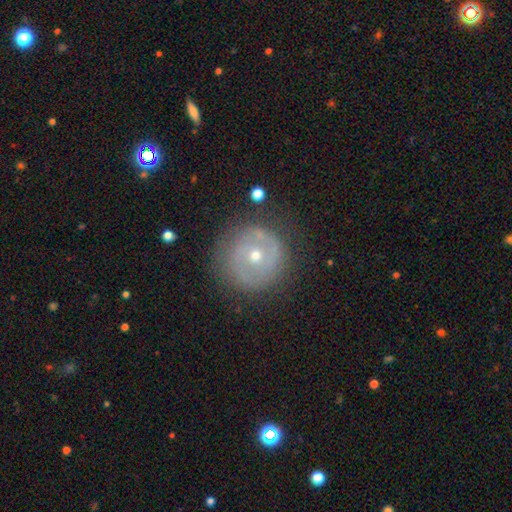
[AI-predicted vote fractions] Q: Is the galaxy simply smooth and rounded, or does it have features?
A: featured or disk — 57%.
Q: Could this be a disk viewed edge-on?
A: no — 96%.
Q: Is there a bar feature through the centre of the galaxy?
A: no — 79%.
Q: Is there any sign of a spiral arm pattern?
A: no — 55%.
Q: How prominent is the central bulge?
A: small — 55%.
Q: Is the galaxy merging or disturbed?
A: none — 76%.